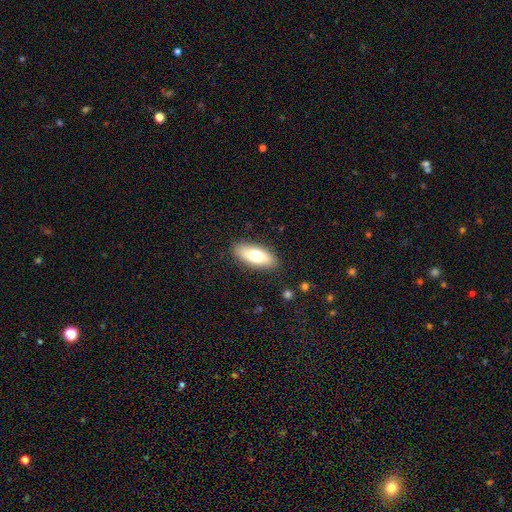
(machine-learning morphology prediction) smooth-or-featured: smooth: 69% | featured or disk: 25% | star or artifact: 6%
  how-rounded: in between: 77% | cigar-shaped: 21% | round: 3%
  merging: none: 88% | minor disturbance: 9% | major disturbance: 2% | merger: 1%